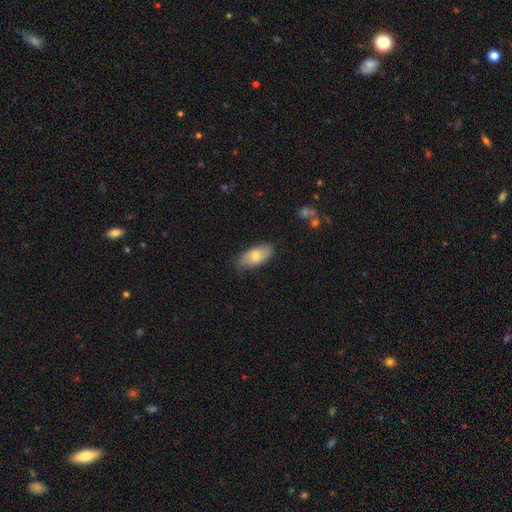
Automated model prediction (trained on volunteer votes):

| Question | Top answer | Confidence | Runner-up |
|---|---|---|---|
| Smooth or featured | smooth | 76% | featured or disk (18%) |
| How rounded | in between | 91% | cigar-shaped (7%) |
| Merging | none | 80% | minor disturbance (16%) |